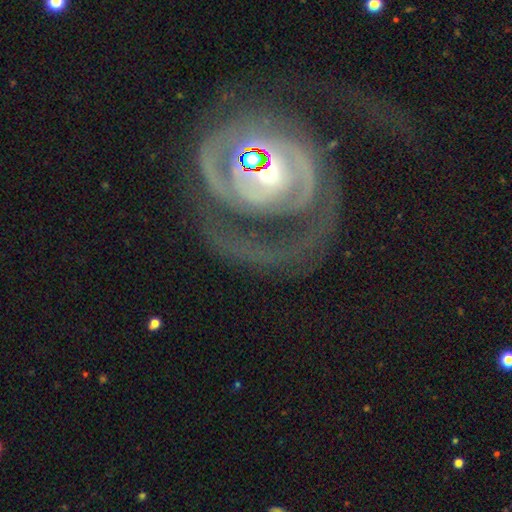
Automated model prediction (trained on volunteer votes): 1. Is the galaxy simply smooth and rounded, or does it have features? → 81% featured or disk, 11% smooth, 8% star or artifact.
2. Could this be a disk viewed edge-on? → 96% no, 4% yes.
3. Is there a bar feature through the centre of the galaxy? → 48% no, 27% weak, 24% strong.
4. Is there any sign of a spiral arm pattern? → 78% yes, 22% no.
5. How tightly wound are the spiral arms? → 58% tight, 29% medium, 13% loose.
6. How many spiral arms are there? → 52% 2, 20% can't tell, 10% 1, 8% 3, 5% 4, 4% more than 4.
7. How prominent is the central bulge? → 54% moderate, 30% small, 11% large, 3% none, 3% dominant.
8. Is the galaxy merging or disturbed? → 55% none, 22% major disturbance, 17% minor disturbance, 6% merger.